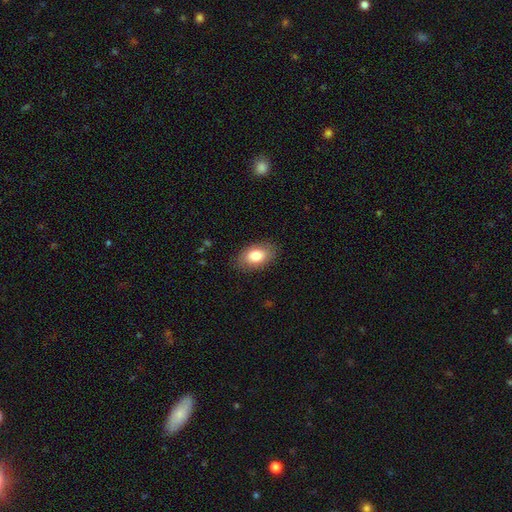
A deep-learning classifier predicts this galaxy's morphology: smooth 81%, featured or disk 12%, star or artifact 7%. Down the decision tree: how rounded — in between (91%); merging — none (84%).